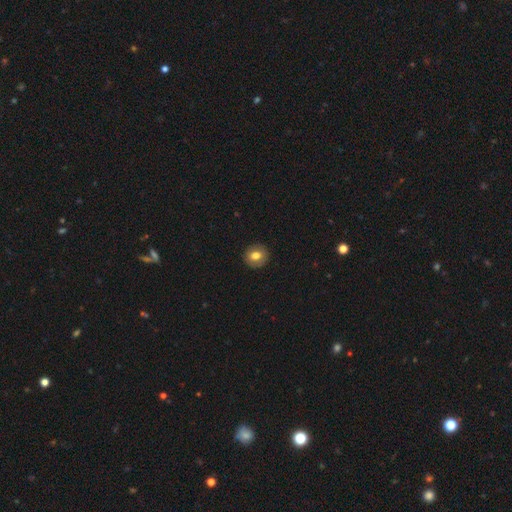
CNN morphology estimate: Overall: smooth (72%). How rounded: round (77%). Merging: none (89%).